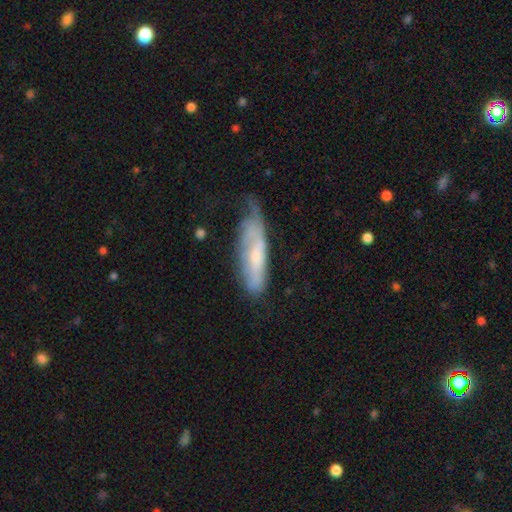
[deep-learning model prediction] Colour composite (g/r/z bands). It shows a featured or disk galaxy (52%). Merging: none (37%, tied with minor disturbance).